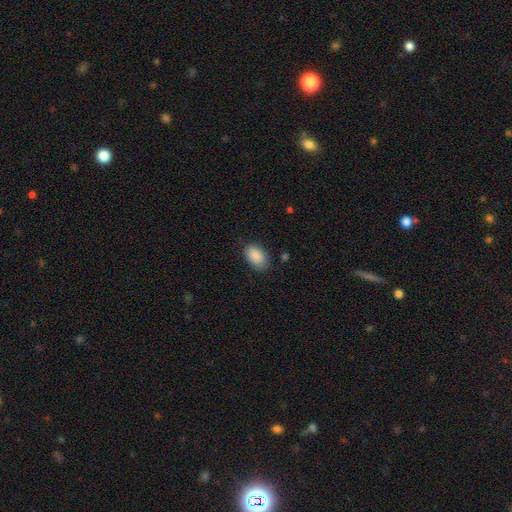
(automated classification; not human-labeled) smooth 88%, star or artifact 7%, featured or disk 5%. Down the decision tree: how rounded — in between (92%); merging — none (81%).